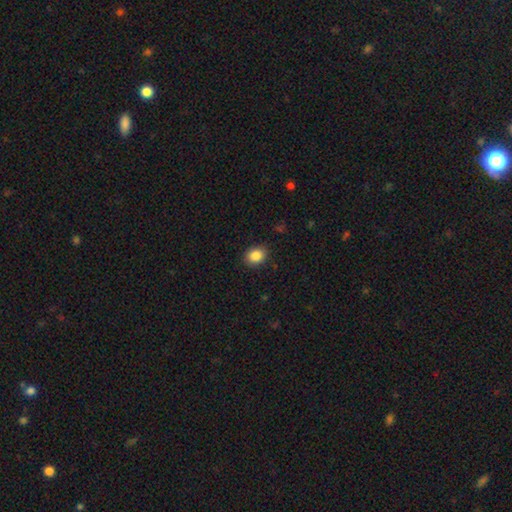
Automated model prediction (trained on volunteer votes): Q: Smooth or featured?
A: smooth (86%); runner-up: star or artifact (9%)
Q: How rounded?
A: round (52%); runner-up: in between (47%)
Q: Merging?
A: none (88%); runner-up: minor disturbance (8%)